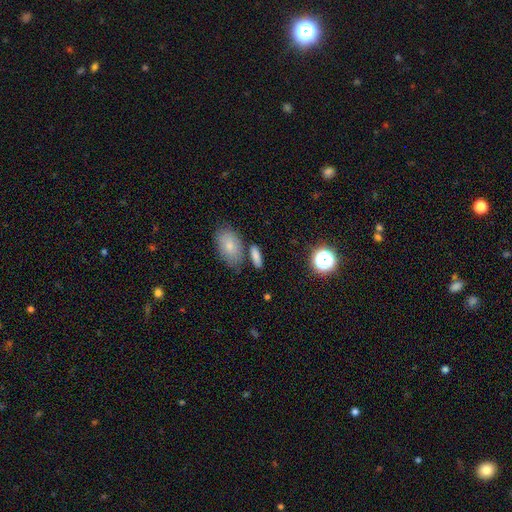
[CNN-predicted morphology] This appears to be a smooth galaxy with no disk features (78%) that is in between round and cigar-shaped (67%). Merging: none (71%).